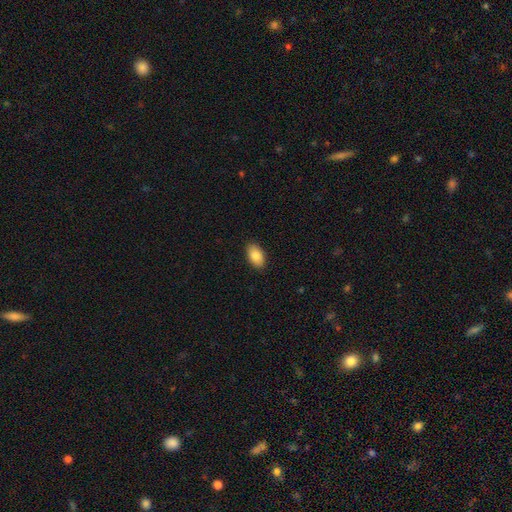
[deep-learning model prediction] A smooth galaxy with no disk features (86%) that is in between round and cigar-shaped (94%).

Vote fractions:
- Smooth or featured? smooth: 86% / featured or disk: 7% / star or artifact: 7%
- How rounded? in between: 94% / round: 4% / cigar-shaped: 2%
- Merging? none: 90% / minor disturbance: 8% / major disturbance: 2% / merger: 1%